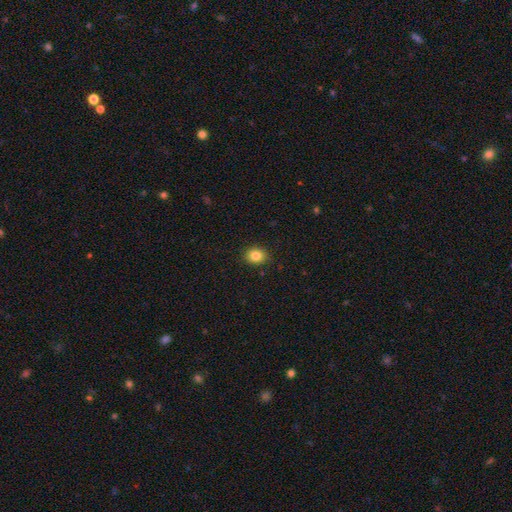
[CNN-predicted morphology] This appears to be a smooth galaxy with no disk features (84%) that is round (60%). Merging: none (88%).